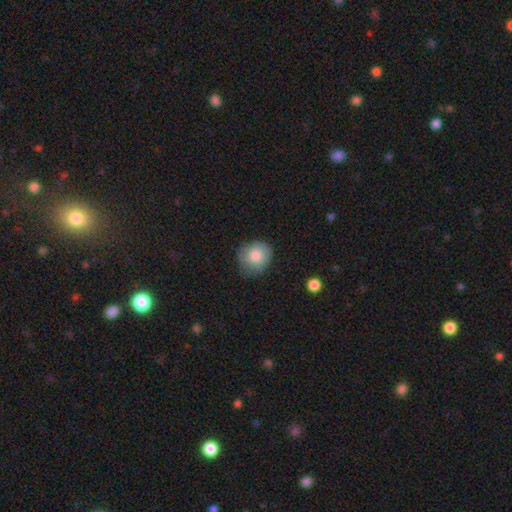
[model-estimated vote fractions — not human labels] This is likely a smooth galaxy (79%). How rounded: clearly round (81%). Merging: likely none (71%).